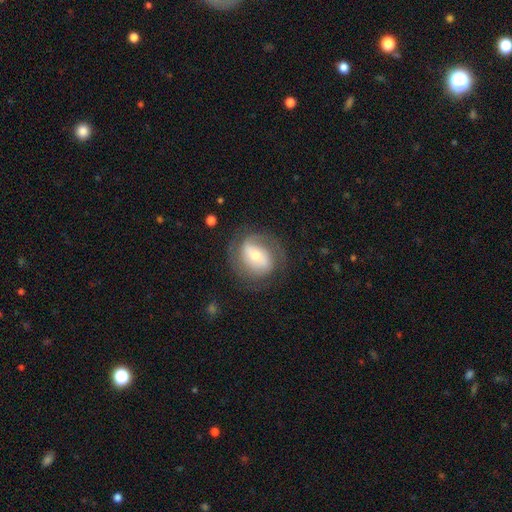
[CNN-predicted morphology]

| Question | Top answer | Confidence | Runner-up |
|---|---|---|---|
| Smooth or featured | featured or disk | 68% | smooth (25%) |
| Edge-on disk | no | 96% | yes (4%) |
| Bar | weak | 37% | no (34%) |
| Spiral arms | yes | 83% | no (17%) |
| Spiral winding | tight | 42% | medium (40%) |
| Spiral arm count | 2 | 69% | can't tell (15%) |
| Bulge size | moderate | 58% | small (32%) |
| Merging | none | 72% | minor disturbance (16%) |